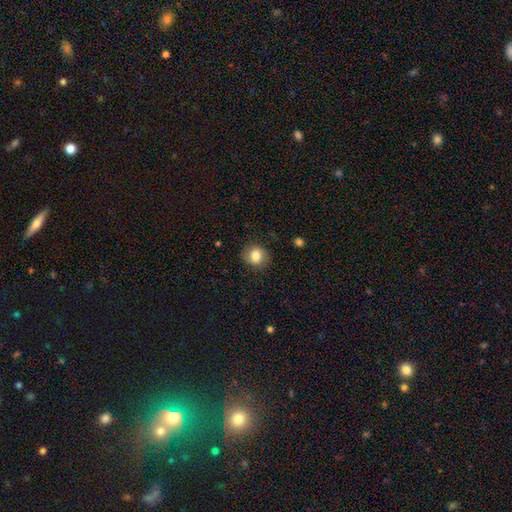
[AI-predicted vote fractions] The model was most divided on "how rounded": round: 75%, in between: 24%, cigar-shaped: 1%. More confident: merging — none (85%); smooth or featured — smooth (81%).